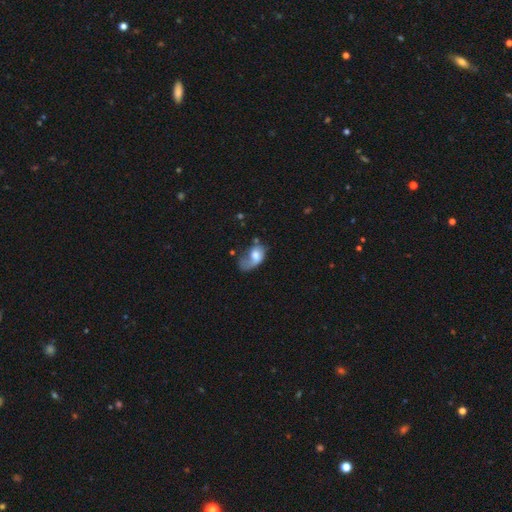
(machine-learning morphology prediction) The model was most divided on "smooth or featured": smooth: 57%, featured or disk: 35%, star or artifact: 8%. More confident: how rounded — in between (84%); merging — major disturbance (51%).